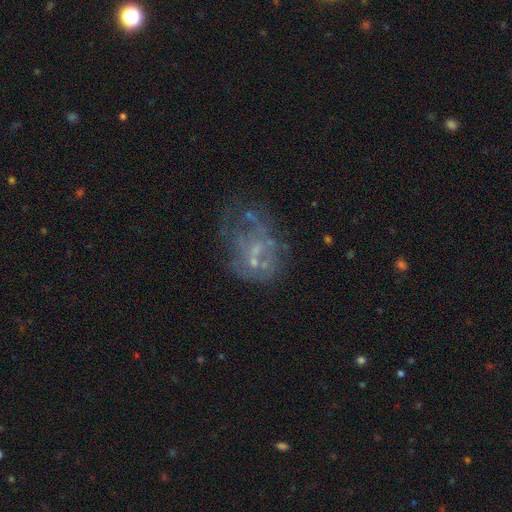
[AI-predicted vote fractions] Morphology: type=featured or disk (62%); edge-on=no (98%); bar=no (85%); spiral arms=no (82%); bulge=none (57%); merging=none (40%).